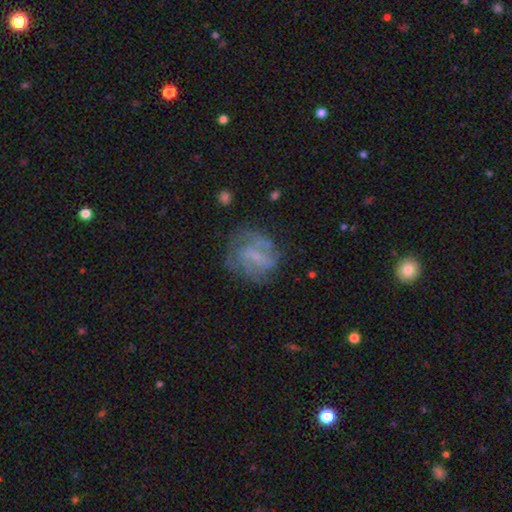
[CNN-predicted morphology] Smooth or featured? Predicted: featured or disk (p=0.65). Edge-on disk? Predicted: no (p=0.97). Bar? Predicted: weak (p=0.49). Spiral arms? Predicted: yes (p=0.75). Bulge size? Predicted: small (p=0.44). Merging? Predicted: none (p=0.61).